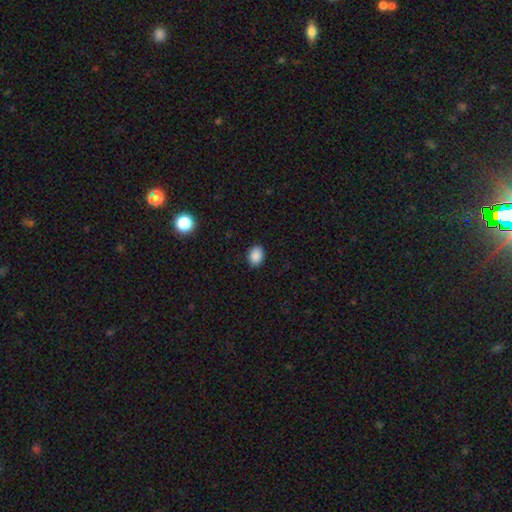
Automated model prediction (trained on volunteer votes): A smooth galaxy with no disk features (89%) that is in between round and cigar-shaped (69%).

Vote fractions:
- Smooth or featured? smooth: 89% / star or artifact: 9% / featured or disk: 3%
- How rounded? in between: 69% / round: 30% / cigar-shaped: 1%
- Merging? none: 89% / minor disturbance: 8% / major disturbance: 2% / merger: 1%